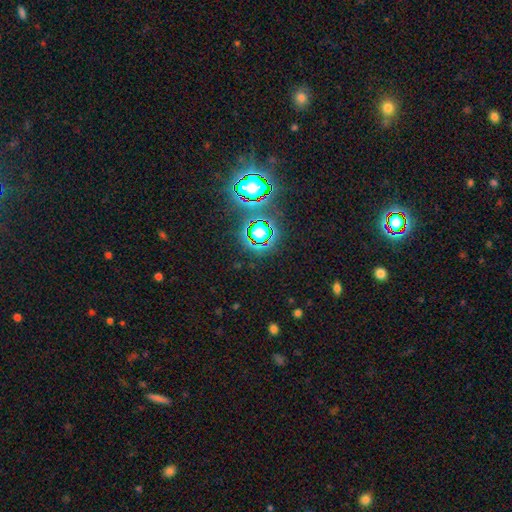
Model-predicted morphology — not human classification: A star or artifact, not a galaxy (81%).